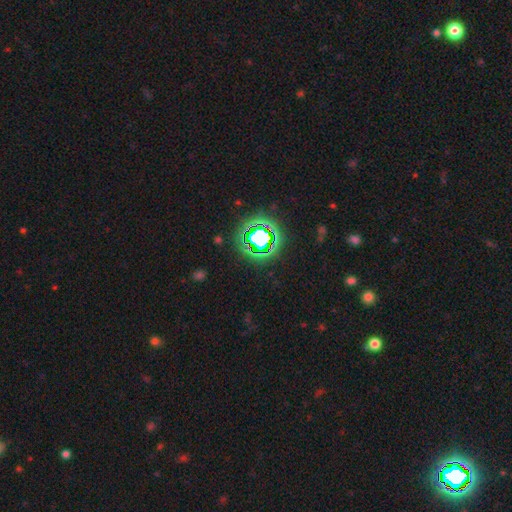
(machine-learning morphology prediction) smooth-or-featured: star or artifact: 79% | smooth: 14% | featured or disk: 7%